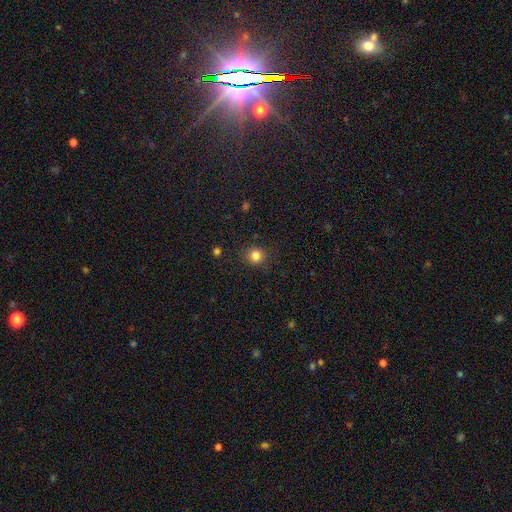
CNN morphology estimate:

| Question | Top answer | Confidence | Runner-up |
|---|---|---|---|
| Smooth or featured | smooth | 83% | star or artifact (12%) |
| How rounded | round | 88% | in between (11%) |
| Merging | none | 87% | minor disturbance (9%) |